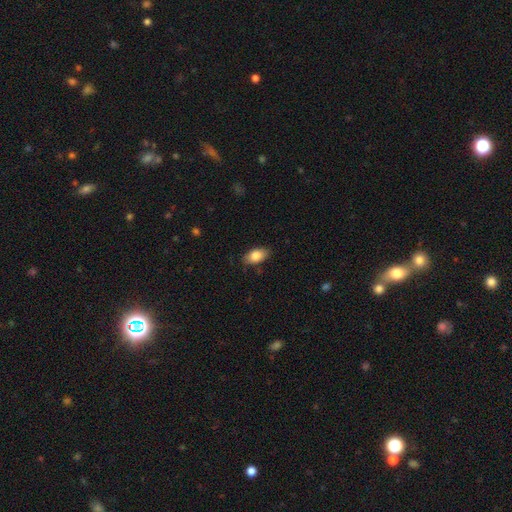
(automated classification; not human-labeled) smooth 83%, featured or disk 10%, star or artifact 7%. Down the decision tree: how rounded — in between (90%); merging — none (83%).